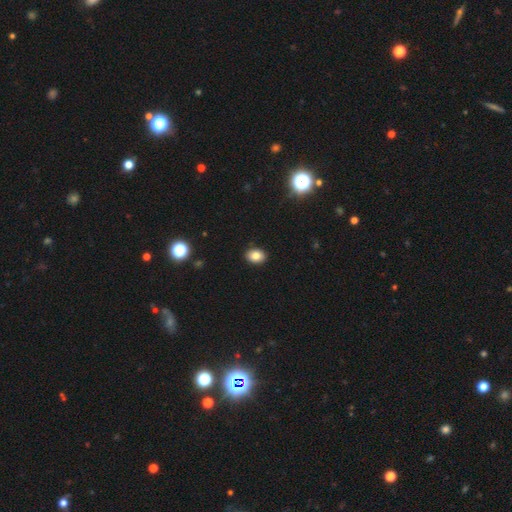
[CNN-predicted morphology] A smooth galaxy with no disk features (82%) that is in between round and cigar-shaped (67%).

Vote fractions:
- Smooth or featured? smooth: 82% / star or artifact: 11% / featured or disk: 7%
- How rounded? in between: 67% / round: 32% / cigar-shaped: 1%
- Merging? none: 90% / minor disturbance: 7% / major disturbance: 2% / merger: 1%